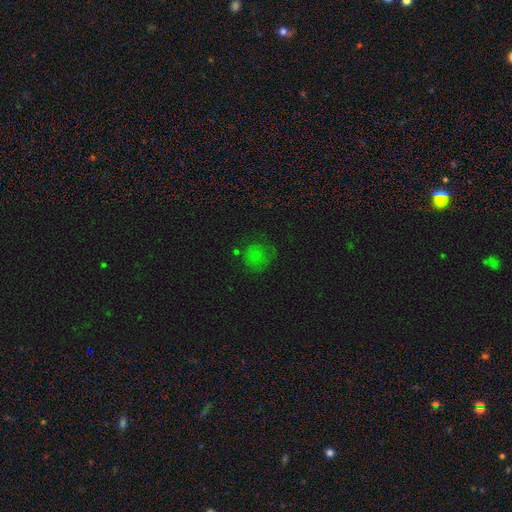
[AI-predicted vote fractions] Morphology: type=smooth (63%); roundness=round (87%); merging=none (67%).